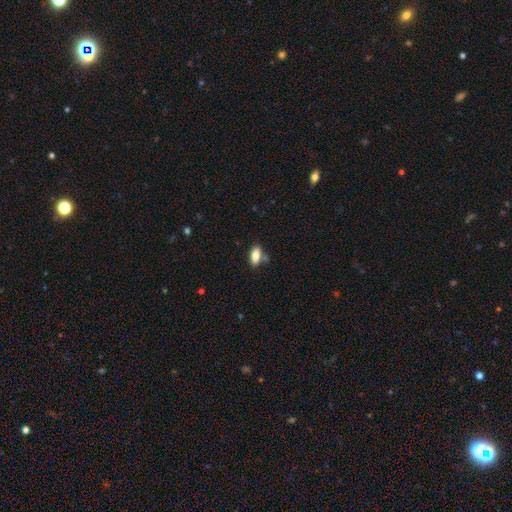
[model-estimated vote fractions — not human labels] Smooth or featured? Predicted: smooth (p=0.81). How rounded? Predicted: in between (p=0.87). Merging? Predicted: none (p=0.73).